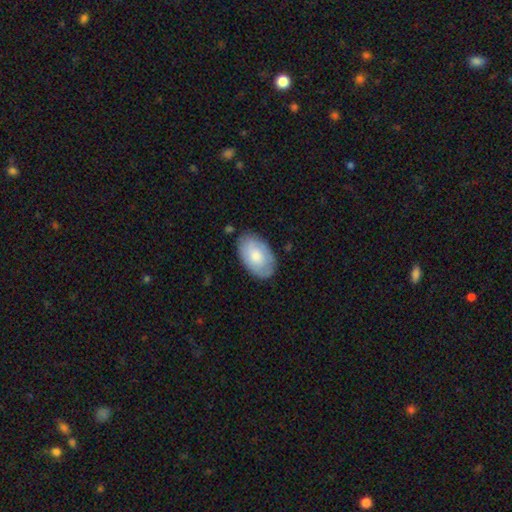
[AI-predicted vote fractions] Morphology: type=smooth (74%); roundness=in between (93%); merging=none (80%).